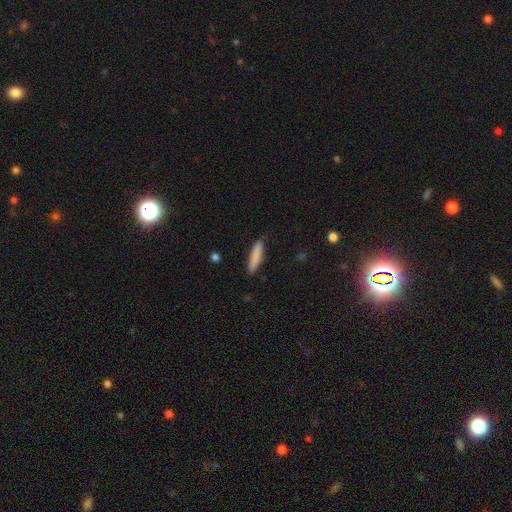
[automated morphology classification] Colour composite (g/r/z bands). It shows a smooth galaxy with no disk features (85%) that is cigar-shaped (85%). Merging: none (87%).